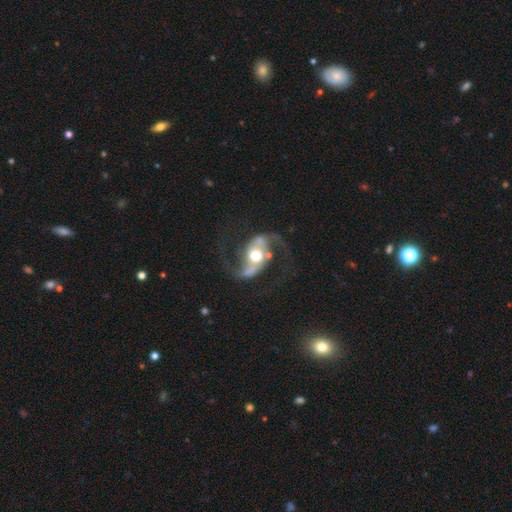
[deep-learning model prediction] Morphology: type=featured or disk (91%); edge-on=no (97%); bar=no (41%); spiral arms=yes (97%); winding=loose (50%); arm count=2 (95%); bulge=moderate (58%); merging=none (73%).